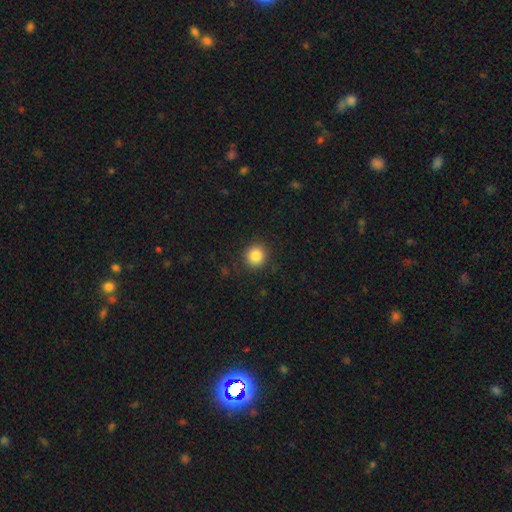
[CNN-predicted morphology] This is clearly a smooth galaxy (85%). How rounded: clearly round (93%). Merging: clearly none (90%).